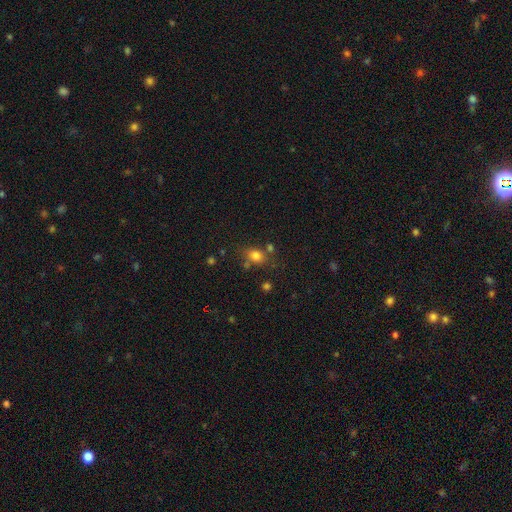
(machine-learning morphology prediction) The model was most divided on "how rounded": in between: 58%, round: 40%, cigar-shaped: 2%. More confident: smooth or featured — smooth (79%); merging — none (65%).